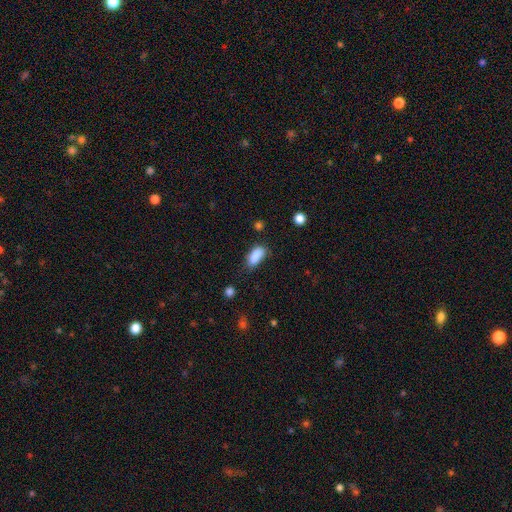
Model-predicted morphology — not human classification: Q: Smooth or featured?
A: smooth (86%); runner-up: star or artifact (8%)
Q: How rounded?
A: in between (87%); runner-up: cigar-shaped (9%)
Q: Merging?
A: none (60%); runner-up: minor disturbance (29%)